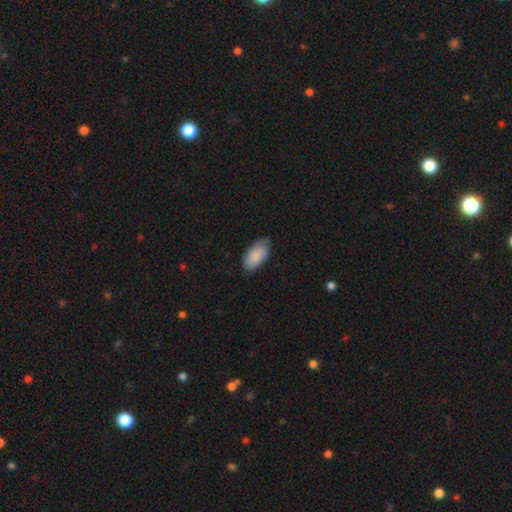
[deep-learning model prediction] Smooth or featured: smooth — 88% (featured or disk — 7%)
How rounded: in between — 95% (cigar-shaped — 3%)
Merging: none — 73% (minor disturbance — 23%)